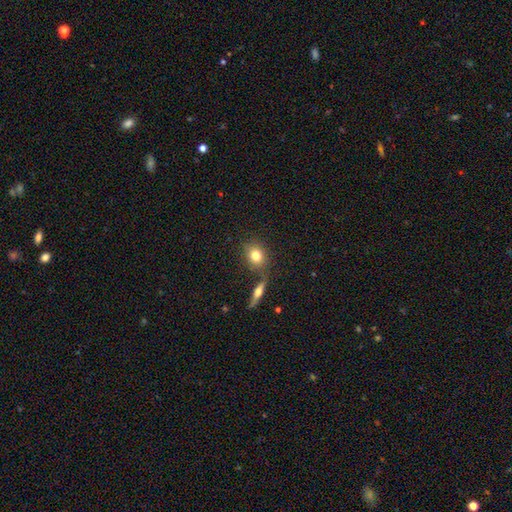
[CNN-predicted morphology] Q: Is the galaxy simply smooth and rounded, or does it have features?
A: smooth — 78%.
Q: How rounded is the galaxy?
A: round — 59%.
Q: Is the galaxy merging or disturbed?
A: none — 70%.